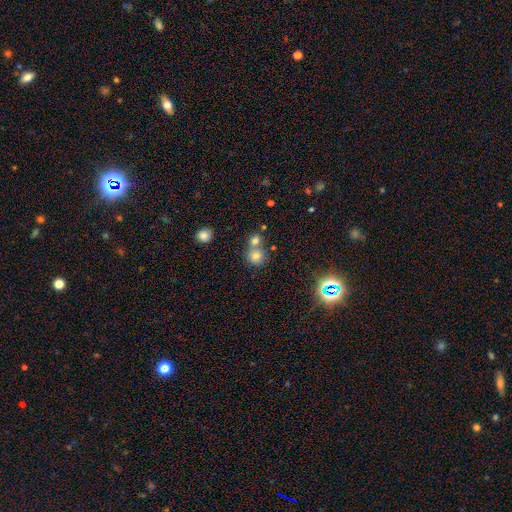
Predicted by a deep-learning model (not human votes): The model was most divided on "merging": none: 51%, merger: 39%, minor disturbance: 7%, major disturbance: 3%. More confident: how rounded — round (87%); smooth or featured — smooth (72%).